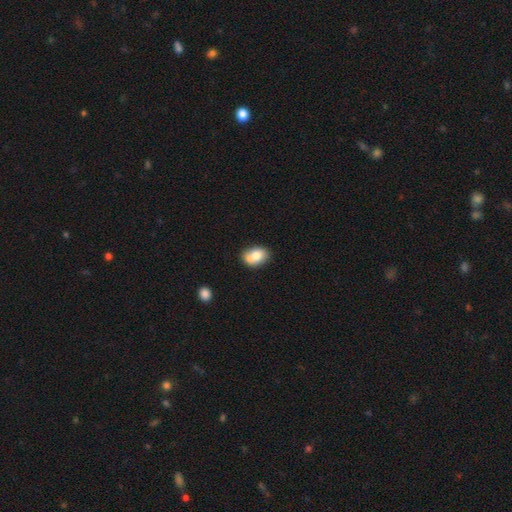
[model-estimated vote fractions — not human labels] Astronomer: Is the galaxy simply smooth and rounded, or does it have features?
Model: smooth — 76%.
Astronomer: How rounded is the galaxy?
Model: in between — 76%.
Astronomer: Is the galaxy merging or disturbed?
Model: none — 56%.